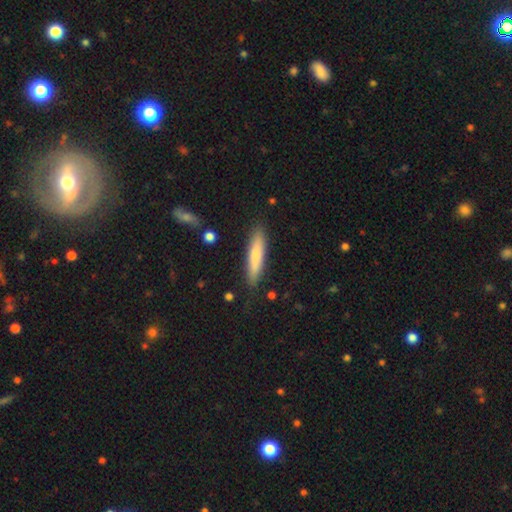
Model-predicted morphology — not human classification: type=smooth (75%); roundness=cigar-shaped (84%); merging=none (87%).